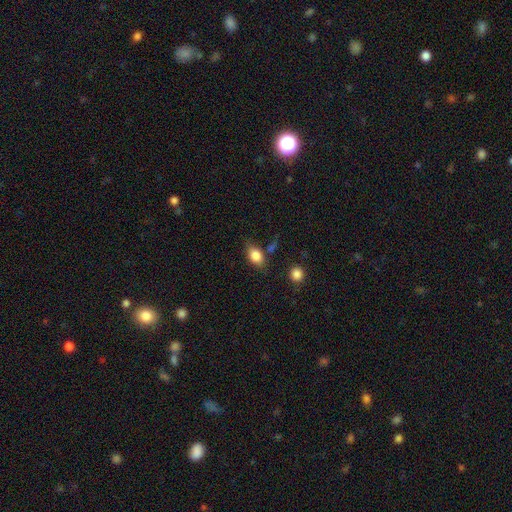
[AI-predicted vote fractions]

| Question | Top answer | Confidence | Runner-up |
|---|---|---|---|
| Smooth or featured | smooth | 82% | featured or disk (9%) |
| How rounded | in between | 77% | round (20%) |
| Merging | none | 67% | minor disturbance (21%) |